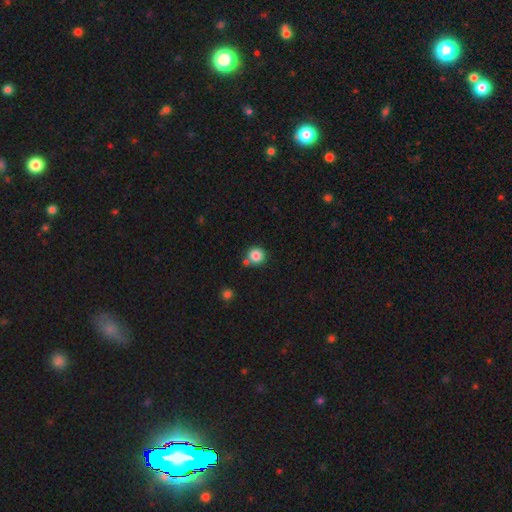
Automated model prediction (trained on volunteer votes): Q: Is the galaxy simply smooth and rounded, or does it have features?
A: smooth — 84%.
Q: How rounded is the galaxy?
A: round — 93%.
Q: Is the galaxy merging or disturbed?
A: none — 72%.